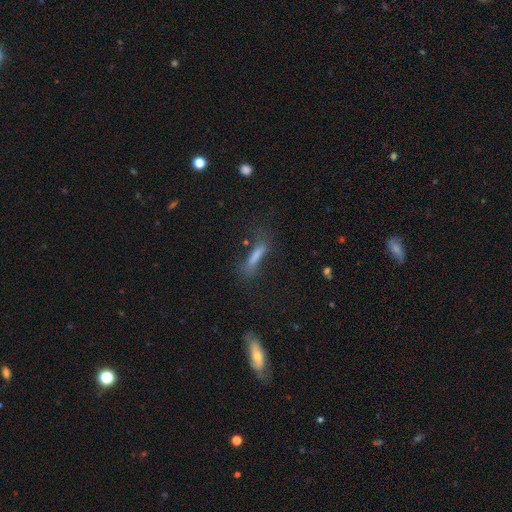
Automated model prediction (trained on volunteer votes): Smooth or featured?
  - smooth: 62% *
  - featured or disk: 23%
  - star or artifact: 15%
How rounded?
  - cigar-shaped: 82% *
  - in between: 15%
  - round: 2%
Merging?
  - none: 60% *
  - minor disturbance: 21%
  - major disturbance: 15%
  - merger: 5%